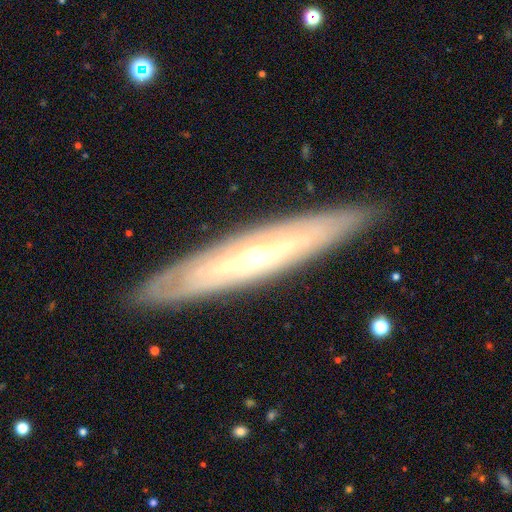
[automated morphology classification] This appears to be a featured or disk galaxy (77%) viewed edge-on (54%). Merging: none (87%).